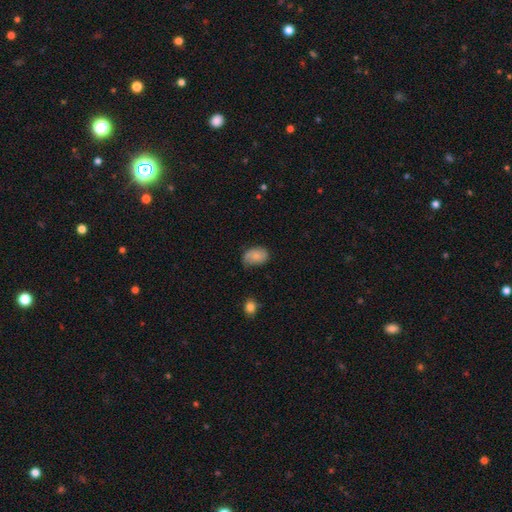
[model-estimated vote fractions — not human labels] This is likely a smooth galaxy (70%). How rounded: clearly in between (81%). Merging: possibly none (53%).